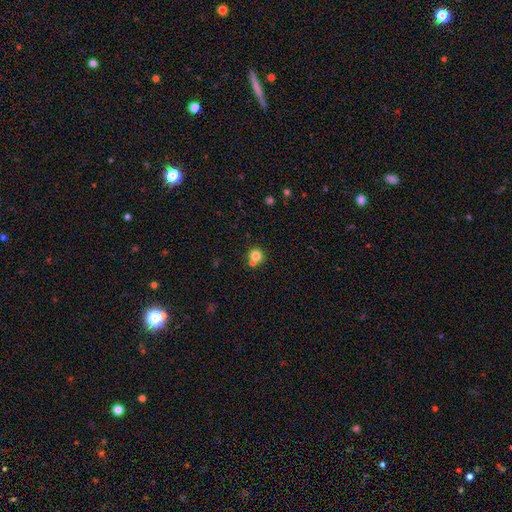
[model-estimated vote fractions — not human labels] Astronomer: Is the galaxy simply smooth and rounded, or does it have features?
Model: smooth — 79%.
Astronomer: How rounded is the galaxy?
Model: round — 87%.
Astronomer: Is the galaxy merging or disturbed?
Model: none — 55% (runner-up: merger, 34%).